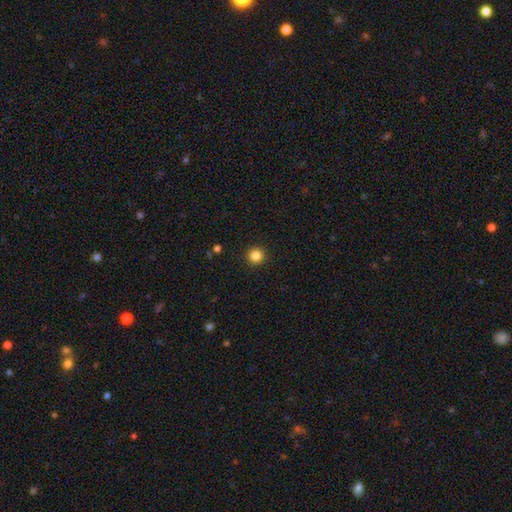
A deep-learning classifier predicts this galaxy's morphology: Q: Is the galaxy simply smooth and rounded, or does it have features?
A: smooth — 84%.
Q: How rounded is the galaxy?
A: round — 96%.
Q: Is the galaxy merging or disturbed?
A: none — 93%.